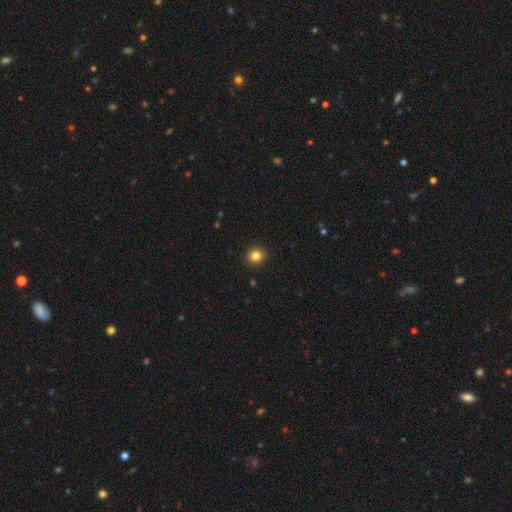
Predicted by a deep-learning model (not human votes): Morphology: type=smooth (83%); roundness=round (89%); merging=none (93%).